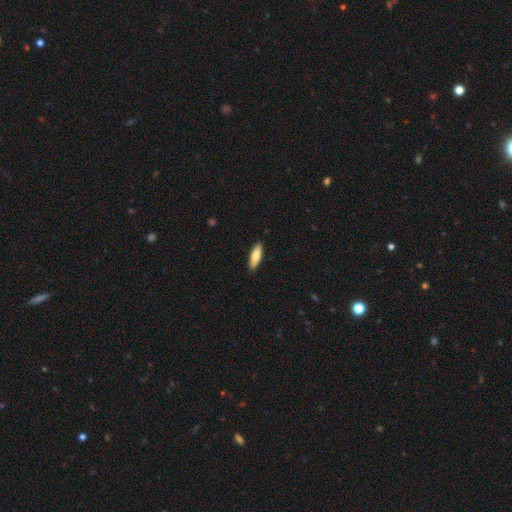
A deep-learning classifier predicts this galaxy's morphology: Smooth or featured? Predicted: smooth (p=0.79). How rounded? Predicted: cigar-shaped (p=0.51). Merging? Predicted: none (p=0.89).